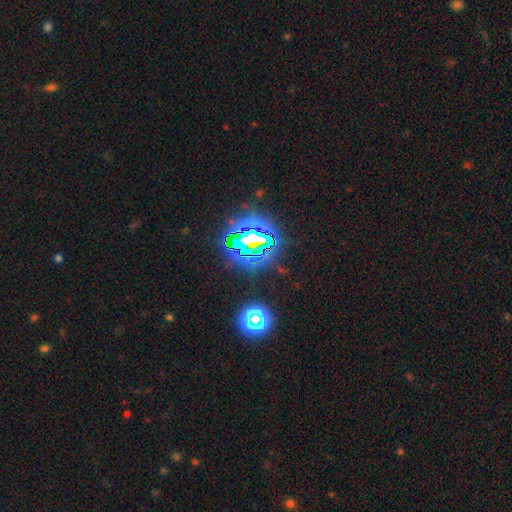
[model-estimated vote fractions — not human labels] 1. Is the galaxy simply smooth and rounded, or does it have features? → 79% star or artifact, 11% smooth, 10% featured or disk.